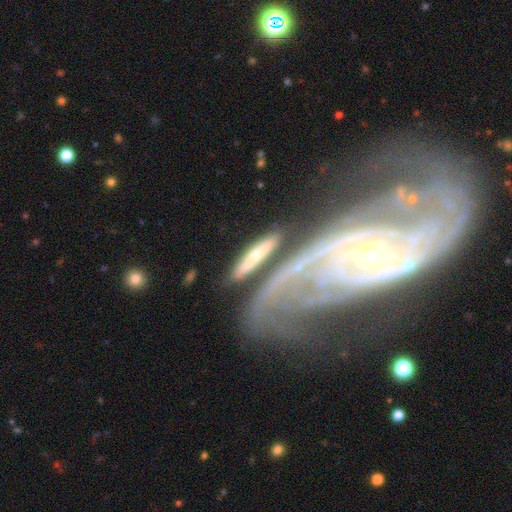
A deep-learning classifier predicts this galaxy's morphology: A smooth galaxy with no disk features (48%).

Vote fractions:
- Smooth or featured? smooth: 48% / featured or disk: 45% / star or artifact: 7%
- Merging? none: 67% / minor disturbance: 16% / merger: 11% / major disturbance: 6%